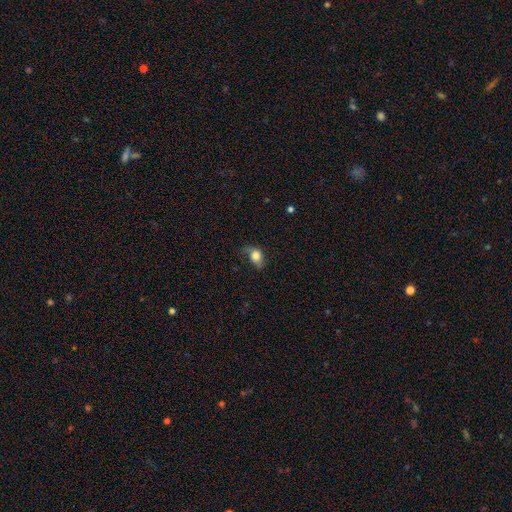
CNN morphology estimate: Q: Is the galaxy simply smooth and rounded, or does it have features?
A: smooth — 75%.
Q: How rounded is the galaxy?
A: in between — 65%.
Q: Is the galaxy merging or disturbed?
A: none — 42%.